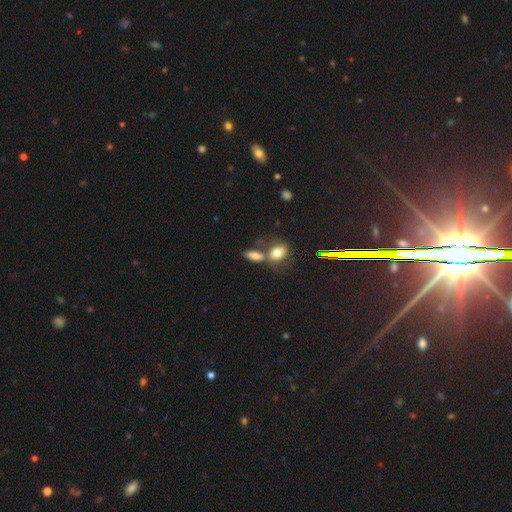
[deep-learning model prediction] smooth 76%, featured or disk 13%, star or artifact 12%. Down the decision tree: how rounded — in between (79%); merging — none (43%).